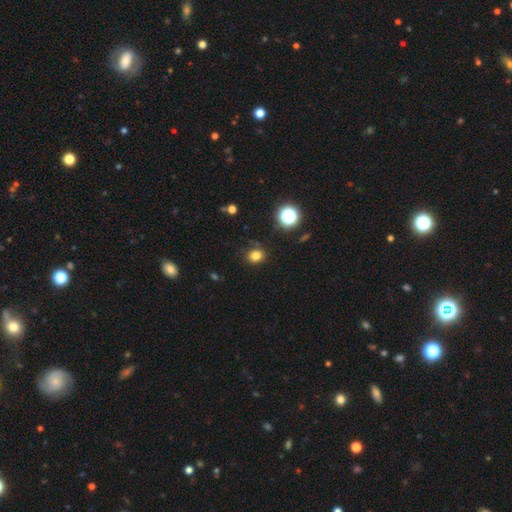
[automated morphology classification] This is likely a smooth galaxy (79%). How rounded: possibly round (60%). Merging: clearly none (83%).